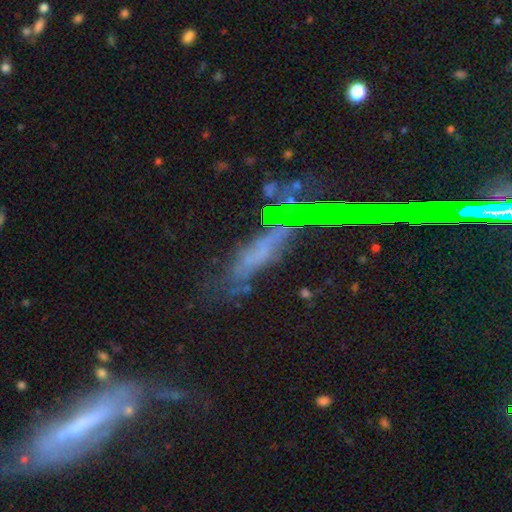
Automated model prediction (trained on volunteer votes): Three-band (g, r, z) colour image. It shows a featured or disk galaxy (35%). Merging: none (61%).